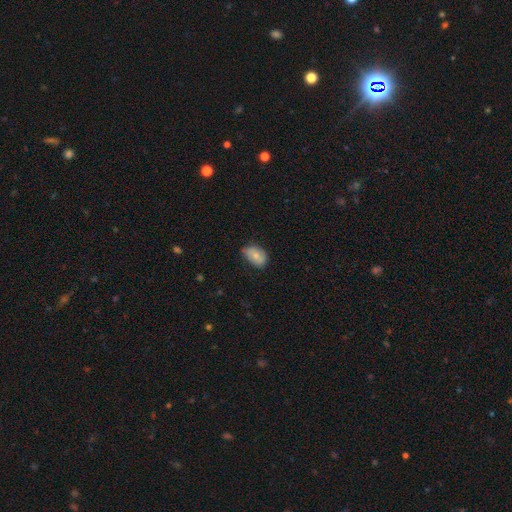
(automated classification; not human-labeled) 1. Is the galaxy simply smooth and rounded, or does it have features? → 74% smooth, 19% featured or disk, 7% star or artifact.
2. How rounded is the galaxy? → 86% in between, 13% round, 1% cigar-shaped.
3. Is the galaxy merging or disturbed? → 56% none, 36% minor disturbance, 6% major disturbance, 1% merger.